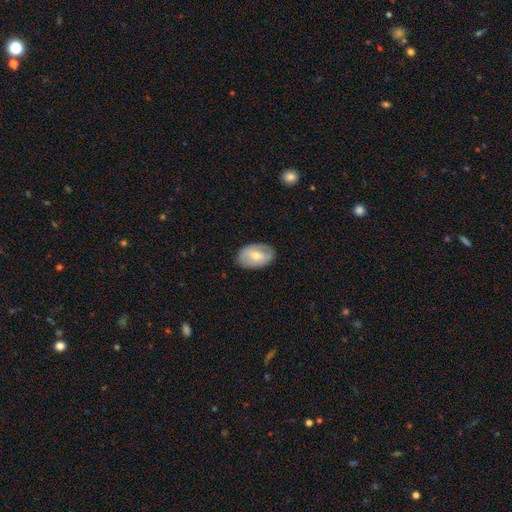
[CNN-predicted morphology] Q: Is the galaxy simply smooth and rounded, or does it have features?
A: smooth — 58%.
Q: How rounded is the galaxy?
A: in between — 88%.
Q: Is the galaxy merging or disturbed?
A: none — 79%.